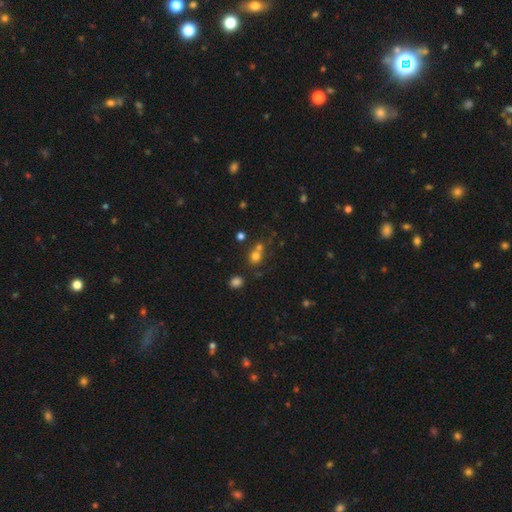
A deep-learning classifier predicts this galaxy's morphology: A smooth galaxy with no disk features (70%) that is round (81%).

Vote fractions:
- Smooth or featured? smooth: 70% / star or artifact: 19% / featured or disk: 11%
- How rounded? round: 81% / in between: 18% / cigar-shaped: 1%
- Merging? none: 50% / merger: 38% / minor disturbance: 8% / major disturbance: 4%